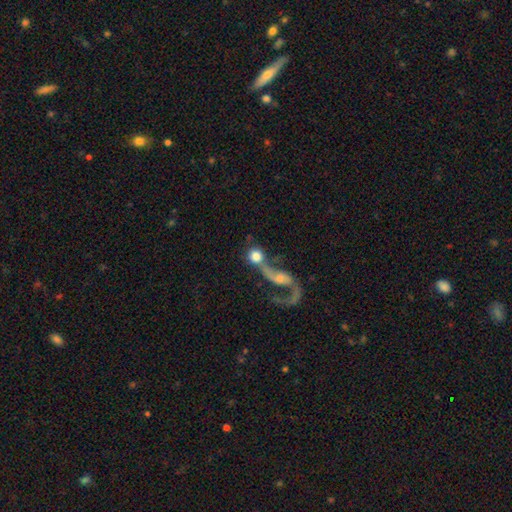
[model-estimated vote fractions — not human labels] Q: Smooth or featured?
A: smooth (61%); runner-up: featured or disk (31%)
Q: How rounded?
A: round (85%); runner-up: in between (12%)
Q: Merging?
A: merger (44%); runner-up: none (35%)